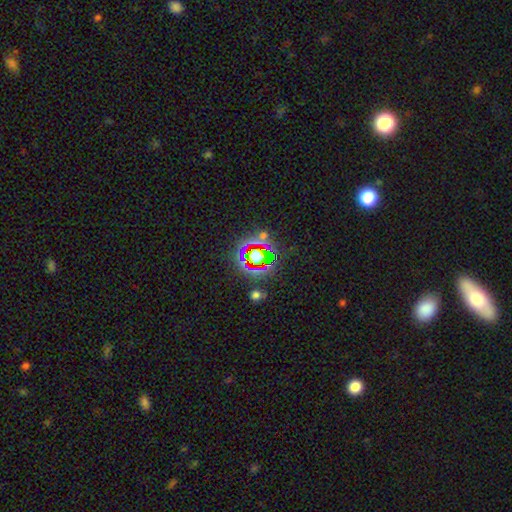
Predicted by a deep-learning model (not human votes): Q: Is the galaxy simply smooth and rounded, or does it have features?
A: star or artifact — 66%.